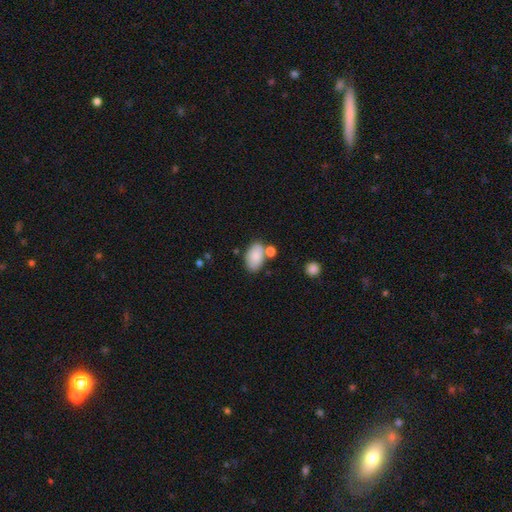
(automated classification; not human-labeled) Smooth or featured: smooth — 85% (featured or disk — 9%)
How rounded: in between — 93% (round — 6%)
Merging: none — 65% (merger — 17%)